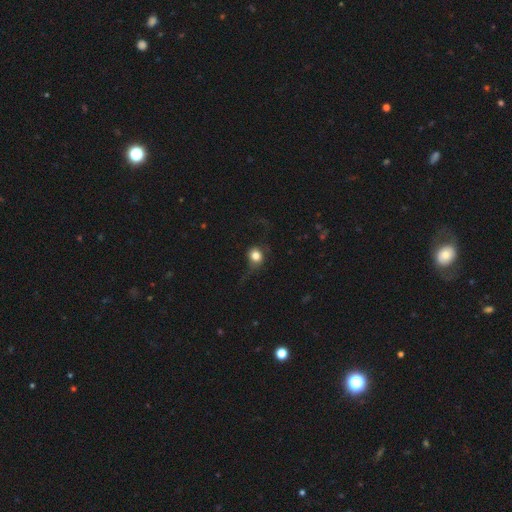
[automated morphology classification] A smooth galaxy with no disk features (68%) that is round (82%).

Vote fractions:
- Smooth or featured? smooth: 68% / featured or disk: 21% / star or artifact: 11%
- How rounded? round: 82% / in between: 16% / cigar-shaped: 1%
- Merging? none: 54% / major disturbance: 24% / minor disturbance: 20% / merger: 2%